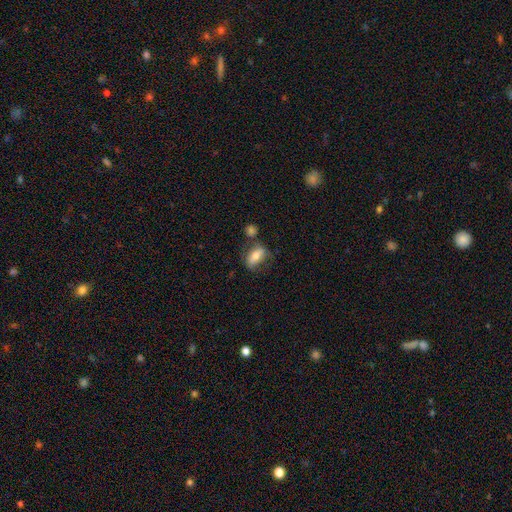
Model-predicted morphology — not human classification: A smooth galaxy with no disk features (71%) that is in between round and cigar-shaped (85%). Merging: none (56%).